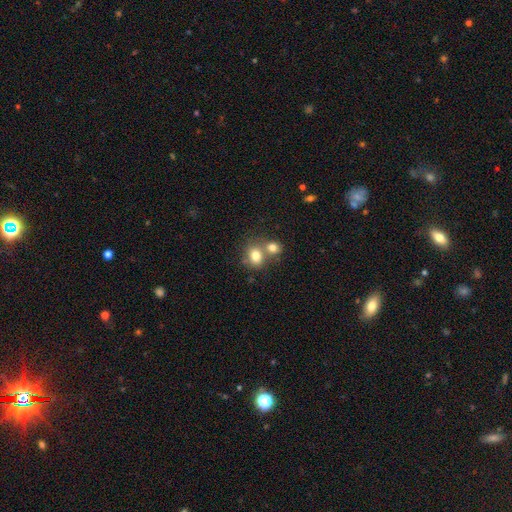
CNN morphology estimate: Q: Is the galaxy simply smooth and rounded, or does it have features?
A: smooth — 79%.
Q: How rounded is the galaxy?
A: round — 59%.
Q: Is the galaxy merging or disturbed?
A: merger — 47%.